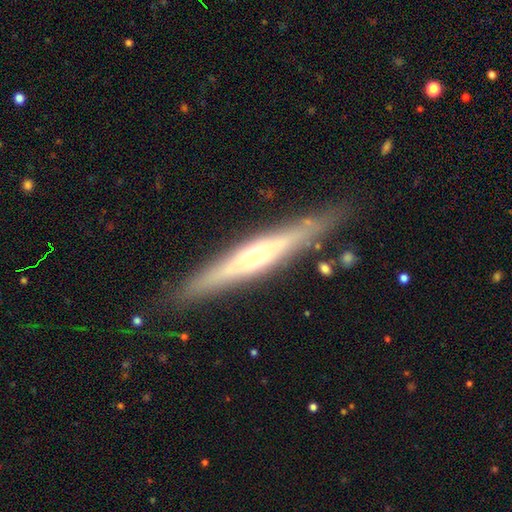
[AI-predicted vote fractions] This is likely a featured or disk galaxy (69%). It is clearly viewed edge-on (93%). Edge-on bulge: likely rounded (71%). Merging: clearly none (86%).